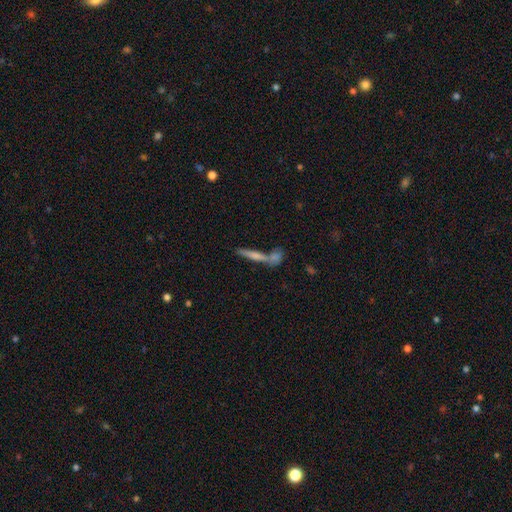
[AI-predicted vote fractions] A smooth galaxy with no disk features (42%).

Vote fractions:
- Smooth or featured? smooth: 42% / featured or disk: 38% / star or artifact: 20%
- Merging? none: 49% / merger: 33% / minor disturbance: 11% / major disturbance: 7%